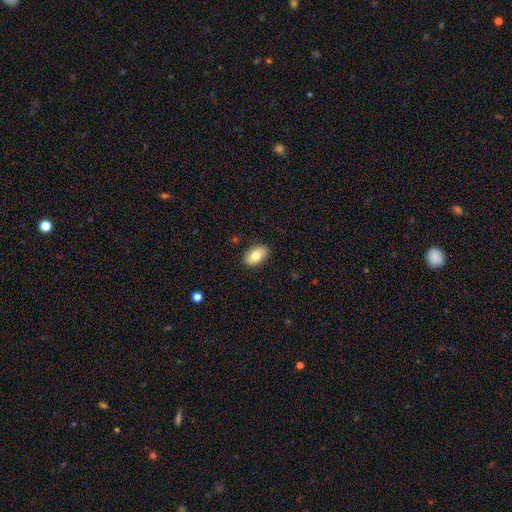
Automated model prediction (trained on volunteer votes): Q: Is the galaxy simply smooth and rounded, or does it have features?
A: smooth — 79%.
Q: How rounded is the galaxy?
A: in between — 92%.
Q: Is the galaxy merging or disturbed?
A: none — 87%.